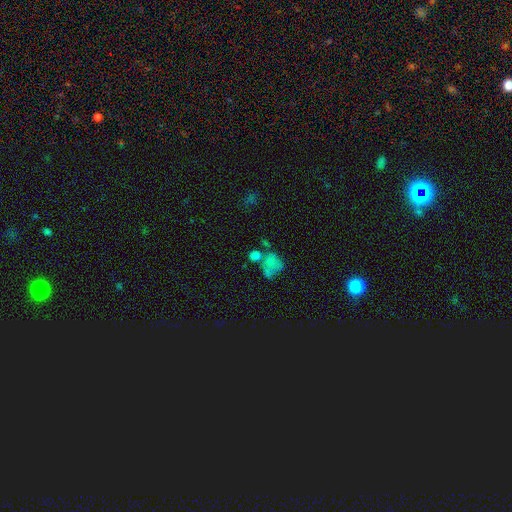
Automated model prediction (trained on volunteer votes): A smooth galaxy with no disk features (67%) that is round (57%). Merging: merger (46%).